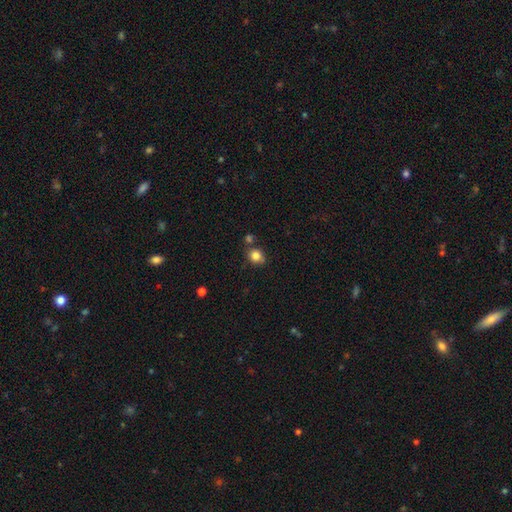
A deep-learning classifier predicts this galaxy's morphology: smooth-or-featured: smooth: 84% | star or artifact: 10% | featured or disk: 6%
  how-rounded: round: 65% | in between: 34% | cigar-shaped: 1%
  merging: none: 70% | minor disturbance: 14% | merger: 12% | major disturbance: 4%